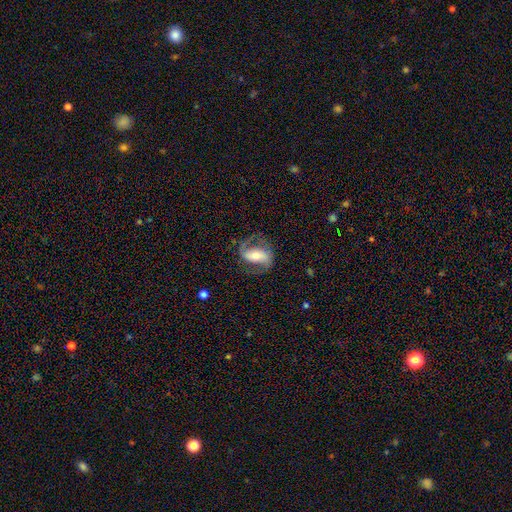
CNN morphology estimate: Smooth or featured? featured or disk (76%)
Edge-on disk? no (95%)
Bar? strong (48%)
Spiral arms? yes (90%)
Spiral winding? medium (48%)
Spiral arm count? 2 (88%)
Bulge size? moderate (58%)
Merging? none (70%)